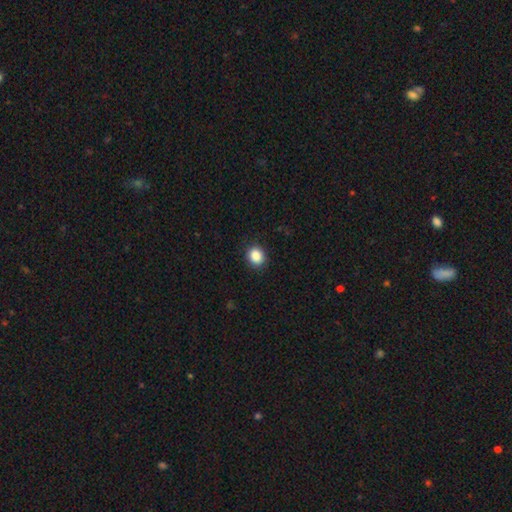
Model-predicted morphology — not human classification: smooth 87%, star or artifact 9%, featured or disk 3%. Down the decision tree: how rounded — round (68%); merging — none (88%).